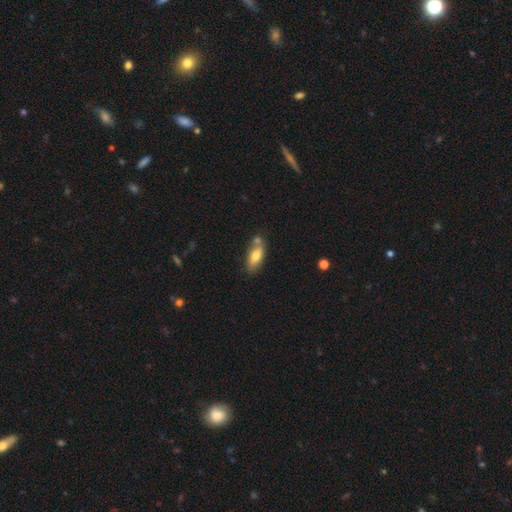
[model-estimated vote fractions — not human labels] A smooth galaxy with no disk features (69%) that is in between round and cigar-shaped (78%).

Vote fractions:
- Smooth or featured? smooth: 69% / featured or disk: 24% / star or artifact: 7%
- How rounded? in between: 78% / cigar-shaped: 19% / round: 3%
- Merging? none: 58% / merger: 22% / minor disturbance: 16% / major disturbance: 4%